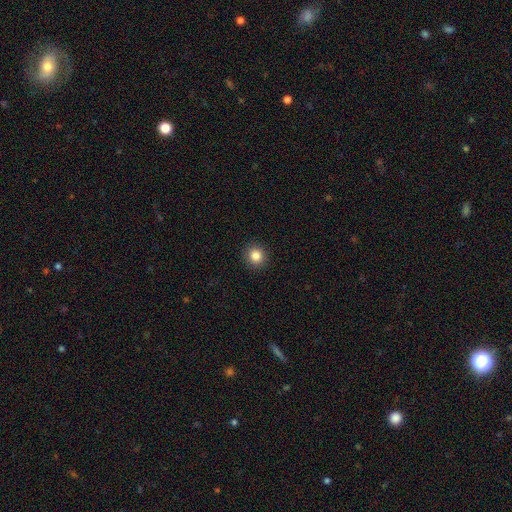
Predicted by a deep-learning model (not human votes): Smooth or featured? Predicted: smooth (p=0.84). How rounded? Predicted: round (p=0.91). Merging? Predicted: none (p=0.92).